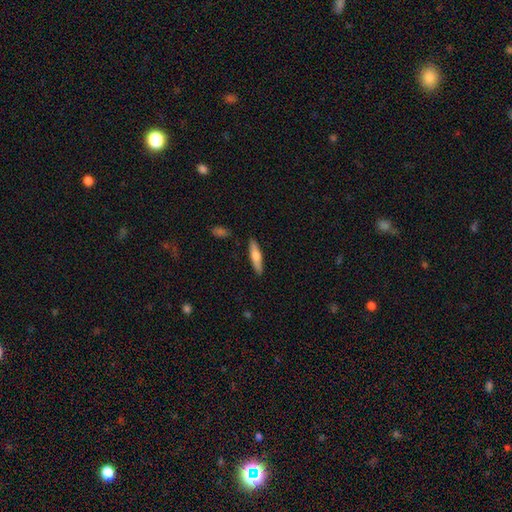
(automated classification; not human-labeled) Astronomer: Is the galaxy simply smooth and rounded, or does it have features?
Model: smooth — 64%.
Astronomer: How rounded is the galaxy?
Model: cigar-shaped — 77%.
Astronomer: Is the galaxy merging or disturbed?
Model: none — 88%.